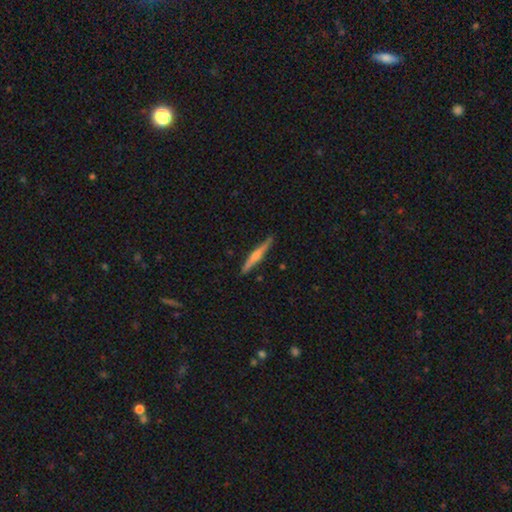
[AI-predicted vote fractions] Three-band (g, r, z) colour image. It shows a featured or disk galaxy (59%) viewed edge-on (98%) with a rounded central bulge (69%). Merging: none (87%).